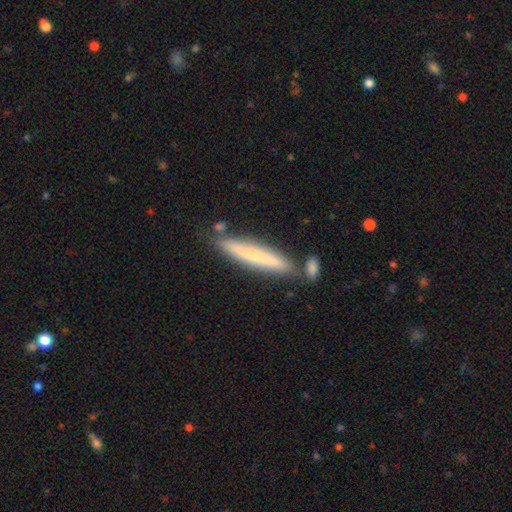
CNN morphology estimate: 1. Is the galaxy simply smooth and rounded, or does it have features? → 63% smooth, 31% featured or disk, 6% star or artifact.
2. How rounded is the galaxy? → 92% cigar-shaped, 7% in between, 1% round.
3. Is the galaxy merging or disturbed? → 74% none, 12% minor disturbance, 11% merger, 3% major disturbance.